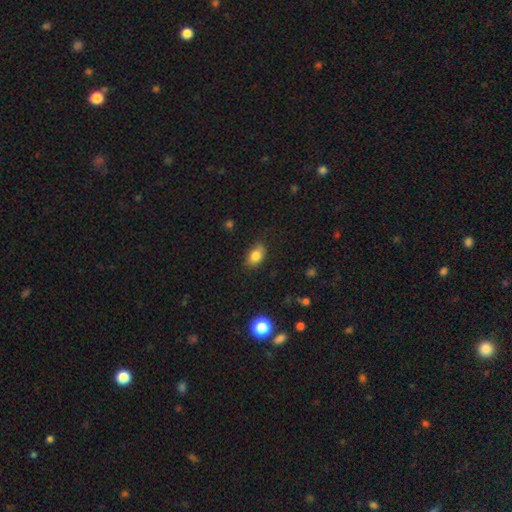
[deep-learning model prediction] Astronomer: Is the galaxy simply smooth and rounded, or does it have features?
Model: smooth — 83%.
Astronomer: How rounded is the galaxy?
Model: in between — 84%.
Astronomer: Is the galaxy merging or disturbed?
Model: none — 78%.